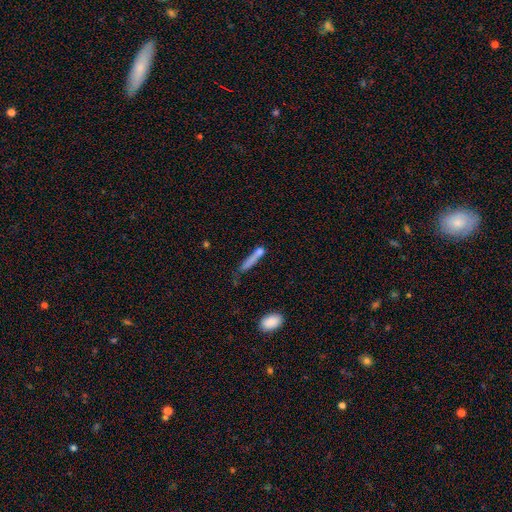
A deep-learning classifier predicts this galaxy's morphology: Smooth or featured? Predicted: smooth (p=0.70). How rounded? Predicted: cigar-shaped (p=0.84). Merging? Predicted: none (p=0.50).